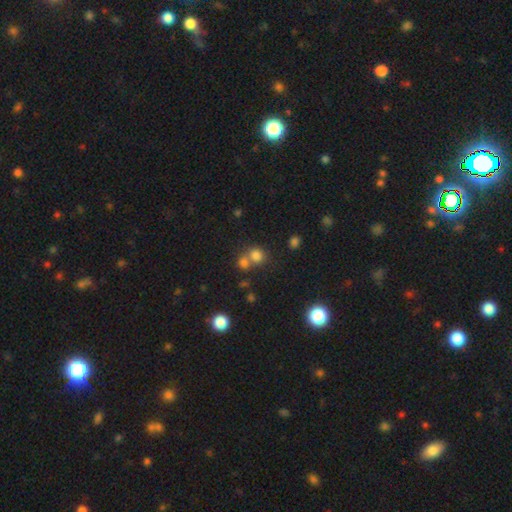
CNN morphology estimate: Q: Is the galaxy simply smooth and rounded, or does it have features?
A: smooth — 75%.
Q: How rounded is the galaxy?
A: round — 82%.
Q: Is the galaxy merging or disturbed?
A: merger — 47%.